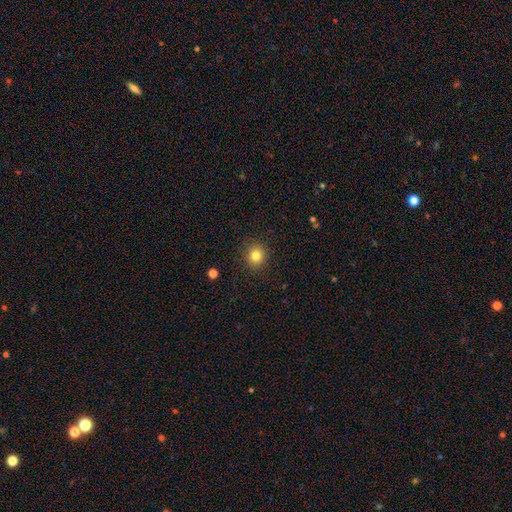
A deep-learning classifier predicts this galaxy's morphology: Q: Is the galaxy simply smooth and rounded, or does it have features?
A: smooth — 82%.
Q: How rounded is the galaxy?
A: round — 85%.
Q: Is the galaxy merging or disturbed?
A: none — 89%.